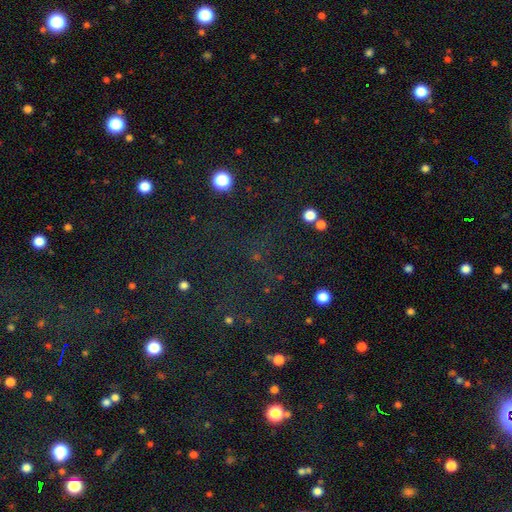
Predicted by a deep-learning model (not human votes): Morphology: type=star or artifact (76%).